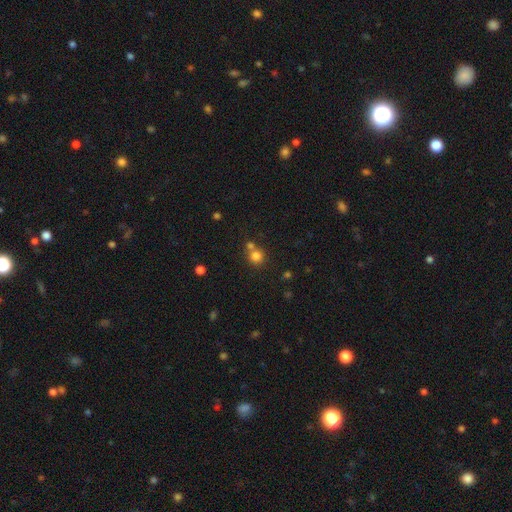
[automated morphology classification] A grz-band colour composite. It shows a smooth galaxy with no disk features (79%) that is round (91%). Merging: none (59%).